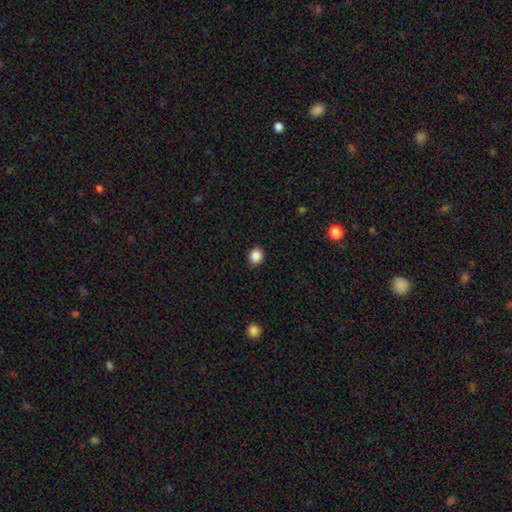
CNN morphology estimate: smooth-or-featured: smooth: 87% | star or artifact: 10% | featured or disk: 3%
  how-rounded: round: 72% | in between: 27% | cigar-shaped: 1%
  merging: none: 85% | minor disturbance: 12% | major disturbance: 2% | merger: 1%